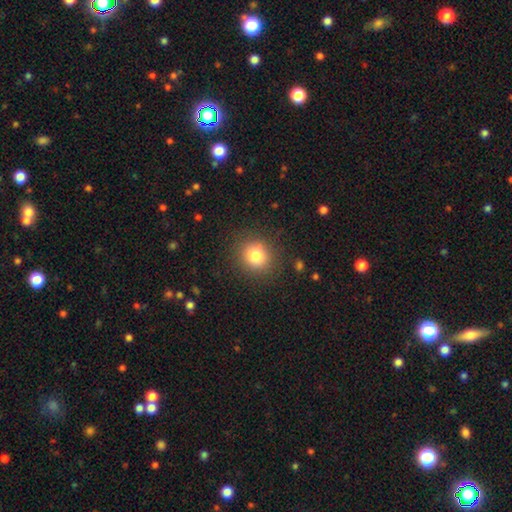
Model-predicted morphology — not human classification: A smooth galaxy with no disk features (81%) that is round (85%).

Vote fractions:
- Smooth or featured? smooth: 81% / star or artifact: 12% / featured or disk: 8%
- How rounded? round: 85% / in between: 15% / cigar-shaped: 1%
- Merging? none: 87% / minor disturbance: 8% / major disturbance: 3% / merger: 1%